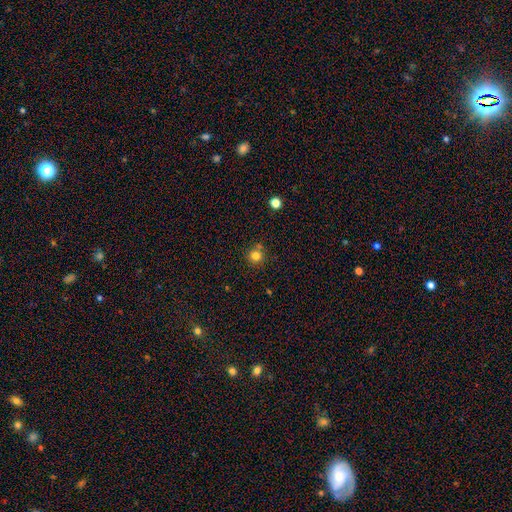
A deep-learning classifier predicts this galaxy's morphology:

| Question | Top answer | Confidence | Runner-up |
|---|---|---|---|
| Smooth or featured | smooth | 80% | star or artifact (14%) |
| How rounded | round | 93% | in between (6%) |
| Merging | none | 76% | merger (12%) |